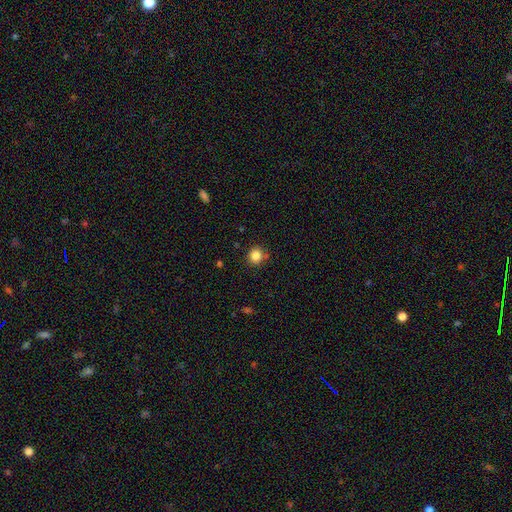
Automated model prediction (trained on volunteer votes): This is clearly a smooth galaxy (84%). How rounded: clearly round (89%). Merging: clearly none (81%).